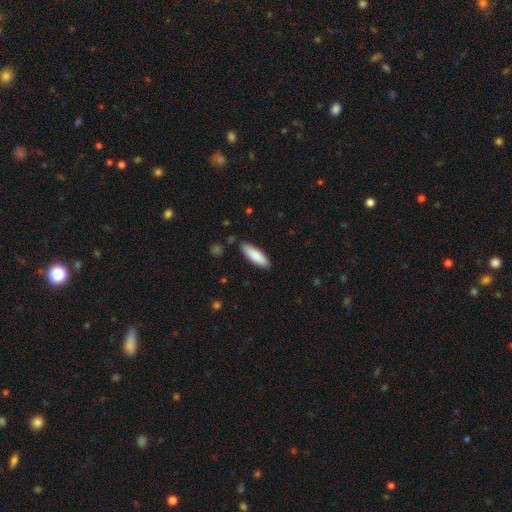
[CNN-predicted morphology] Overall: smooth (86%). How rounded: in between (56%; cigar-shaped 43%). Merging: none (86%).